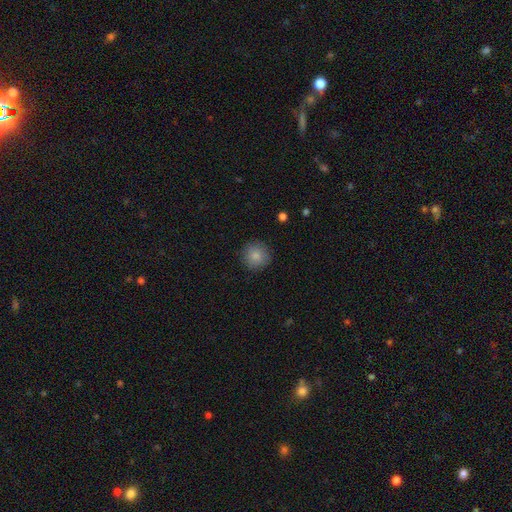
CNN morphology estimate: smooth-or-featured: smooth: 84% | star or artifact: 9% | featured or disk: 7%
  how-rounded: round: 95% | in between: 4% | cigar-shaped: 1%
  merging: none: 89% | minor disturbance: 8% | major disturbance: 2% | merger: 1%